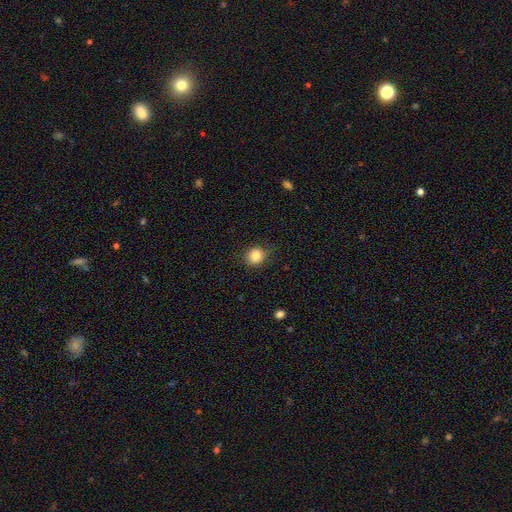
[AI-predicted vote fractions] This is clearly a smooth galaxy (84%). How rounded: likely round (76%). Merging: clearly none (84%).